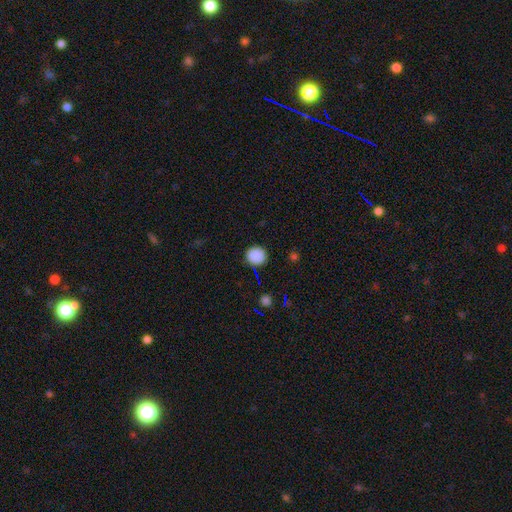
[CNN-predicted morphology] This is clearly a smooth galaxy (87%). How rounded: clearly round (87%). Merging: clearly none (88%).